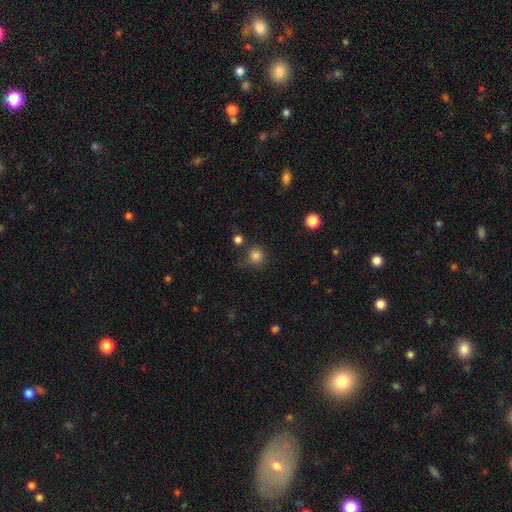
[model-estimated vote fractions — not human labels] This is clearly a smooth galaxy (82%). How rounded: clearly round (92%). Merging: likely none (72%).